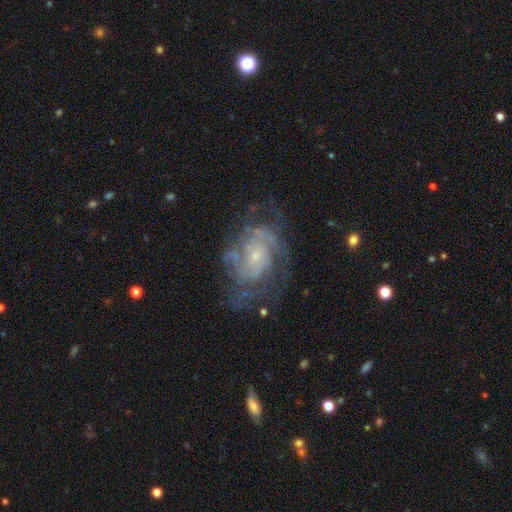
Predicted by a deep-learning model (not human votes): smooth-or-featured: featured or disk: 82% | smooth: 10% | star or artifact: 8%
  disk-edge-on: no: 97% | yes: 3%
    bar: no: 71% | weak: 24% | strong: 5%
    has-spiral-arms: yes: 90% | no: 10%
      spiral-winding: tight: 48% | medium: 39% | loose: 13%
      spiral-arm-count: can't tell: 36% | 2: 29% | 3: 16% | 4: 8% | 1: 5% | more than 4: 5%
    bulge-size: small: 74% | moderate: 17% | none: 5% | large: 2% | dominant: 1%
  merging: none: 61% | minor disturbance: 19% | major disturbance: 17% | merger: 2%